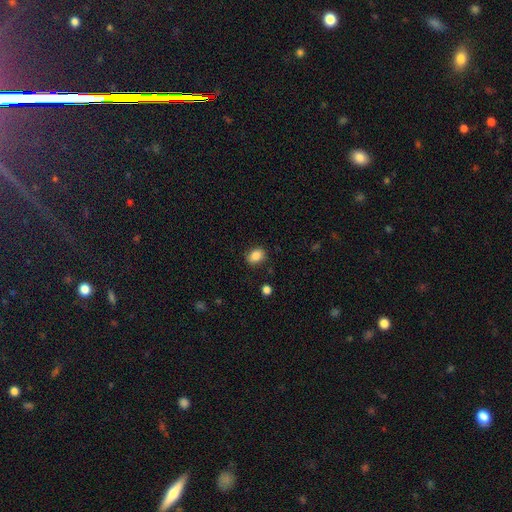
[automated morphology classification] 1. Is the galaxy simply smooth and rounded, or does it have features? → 86% smooth, 9% star or artifact, 5% featured or disk.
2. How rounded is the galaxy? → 66% in between, 33% round, 1% cigar-shaped.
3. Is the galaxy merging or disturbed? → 85% none, 10% minor disturbance, 3% major disturbance, 2% merger.